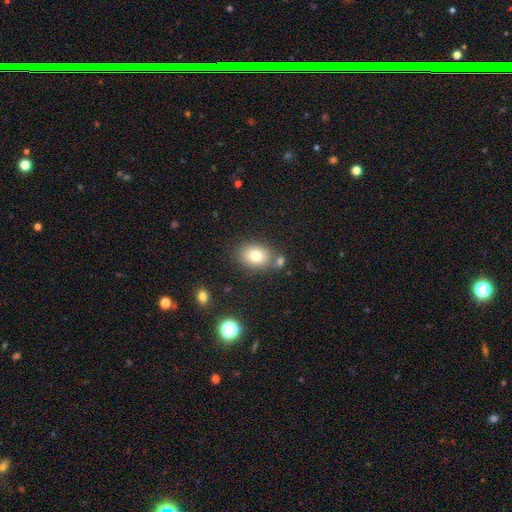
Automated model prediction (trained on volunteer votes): Smooth or featured?
  - smooth: 77% *
  - featured or disk: 12%
  - star or artifact: 11%
How rounded?
  - in between: 66% *
  - round: 33%
  - cigar-shaped: 1%
Merging?
  - none: 69% *
  - merger: 15%
  - minor disturbance: 13%
  - major disturbance: 4%